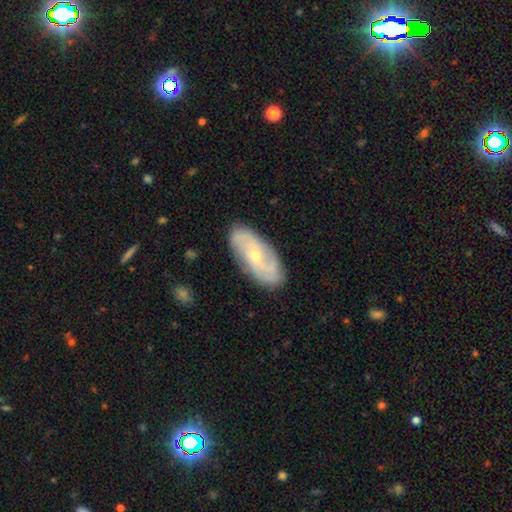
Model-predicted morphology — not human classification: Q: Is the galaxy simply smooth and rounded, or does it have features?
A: featured or disk — 71%.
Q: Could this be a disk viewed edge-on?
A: no — 90%.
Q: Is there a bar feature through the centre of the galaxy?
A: no — 69%.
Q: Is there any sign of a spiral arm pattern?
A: yes — 87%.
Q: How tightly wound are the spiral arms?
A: medium — 38%, tied with tight.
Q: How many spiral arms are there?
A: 2 — 45%.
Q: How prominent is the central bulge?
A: small — 66%.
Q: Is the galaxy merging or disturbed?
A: none — 83%.